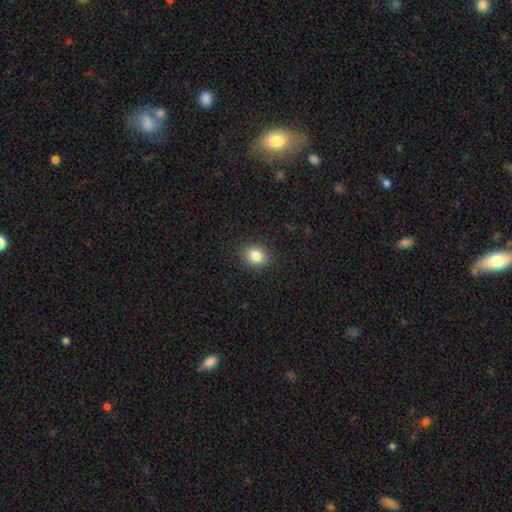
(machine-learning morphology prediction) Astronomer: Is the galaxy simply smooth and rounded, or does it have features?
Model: smooth — 83%.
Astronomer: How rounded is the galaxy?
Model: round — 51% (runner-up: in between, 48%).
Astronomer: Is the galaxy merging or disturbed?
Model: none — 88%.